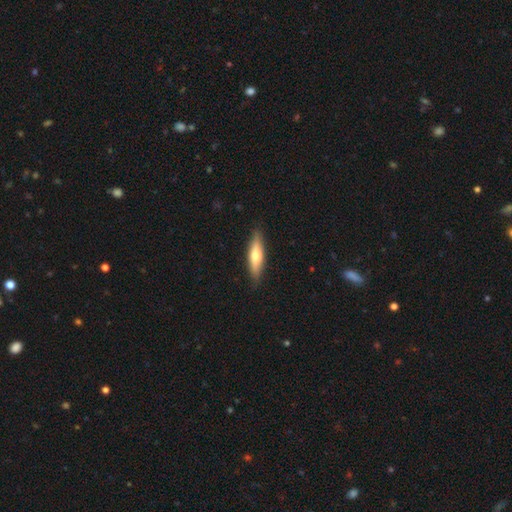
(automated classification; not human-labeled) Smooth or featured?
  - smooth: 59% *
  - featured or disk: 35%
  - star or artifact: 5%
How rounded?
  - cigar-shaped: 68% *
  - in between: 31%
  - round: 2%
Merging?
  - none: 86% *
  - minor disturbance: 11%
  - major disturbance: 2%
  - merger: 1%